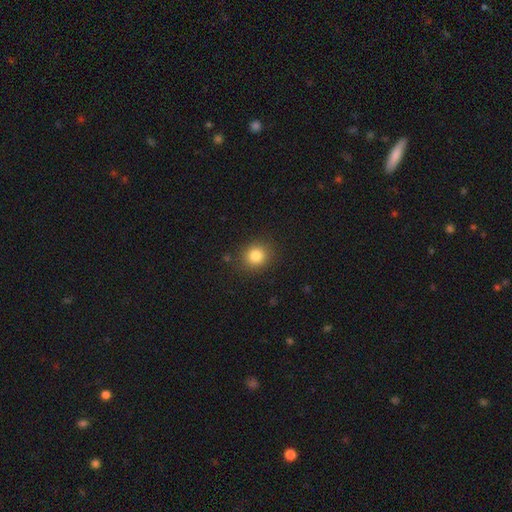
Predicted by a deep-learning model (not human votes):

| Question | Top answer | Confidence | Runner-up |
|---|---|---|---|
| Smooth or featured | smooth | 83% | star or artifact (11%) |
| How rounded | round | 82% | in between (17%) |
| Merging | none | 87% | minor disturbance (9%) |